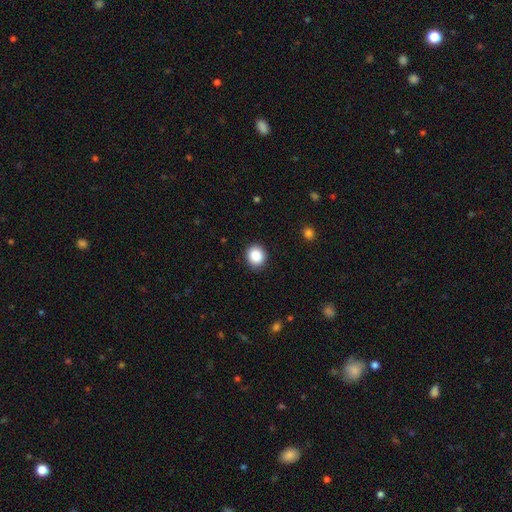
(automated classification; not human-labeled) Morphology: type=smooth (88%); roundness=round (79%); merging=none (90%).